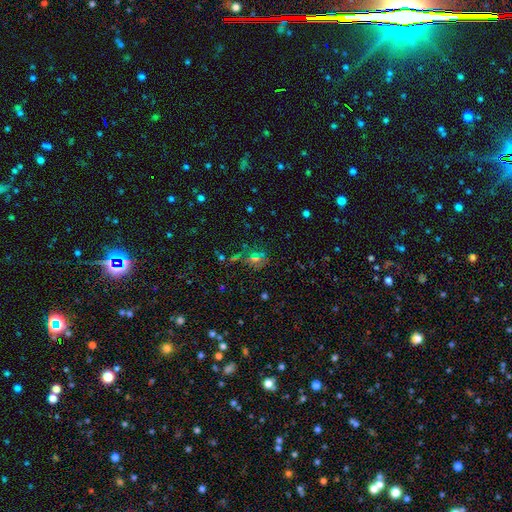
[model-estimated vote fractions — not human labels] The model was most divided on "smooth or featured": smooth: 43%, star or artifact: 40%, featured or disk: 17%. More confident: merging — none (66%).